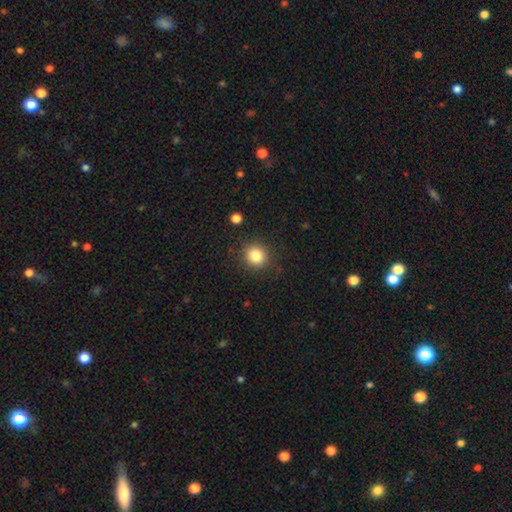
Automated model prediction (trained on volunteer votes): This appears to be a smooth galaxy with no disk features (84%) that is round (86%). Merging: none (88%).